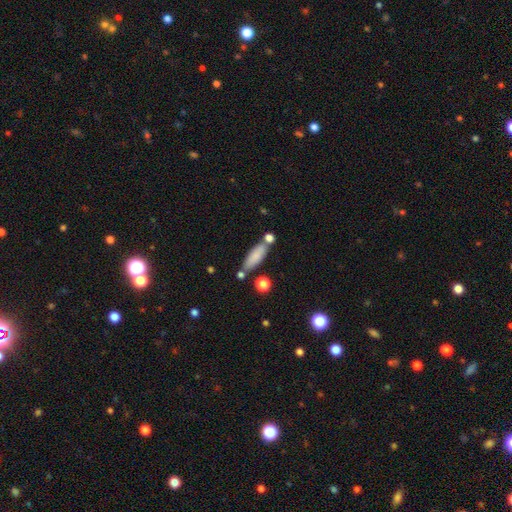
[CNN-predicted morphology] Smooth or featured? Predicted: smooth (p=0.81). How rounded? Predicted: in between (p=0.56). Merging? Predicted: none (p=0.66).